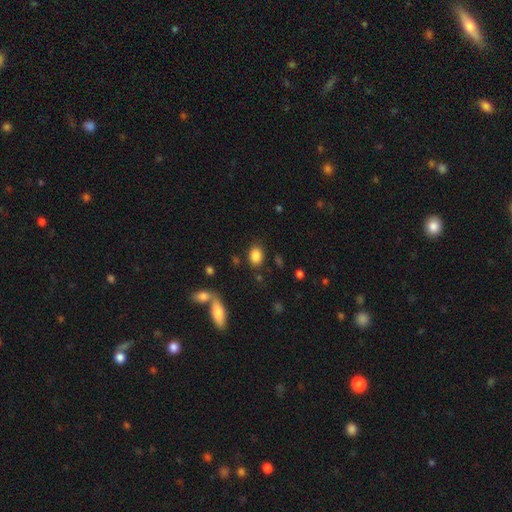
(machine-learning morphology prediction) Smooth or featured? smooth (86%)
How rounded? in between (72%)
Merging? none (80%)